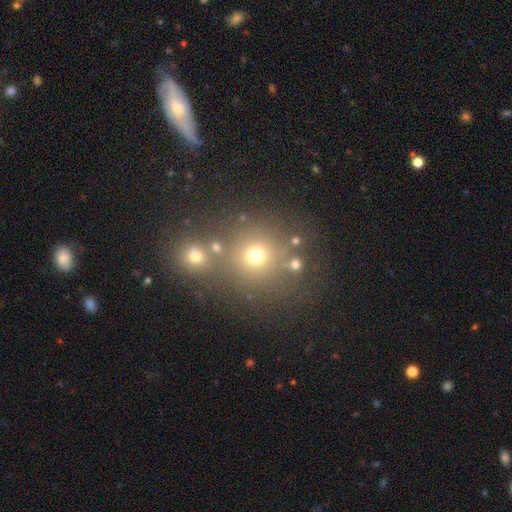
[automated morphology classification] A smooth galaxy with no disk features (68%) that is round (88%). Merging: none (66%).